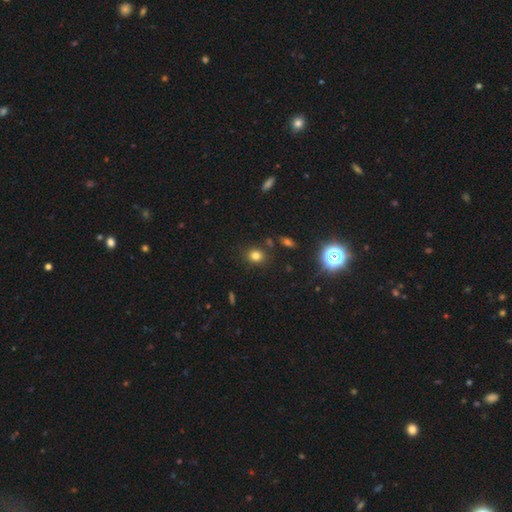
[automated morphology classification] Overall: smooth (77%). How rounded: round (67%; in between 32%). Merging: none (83%).